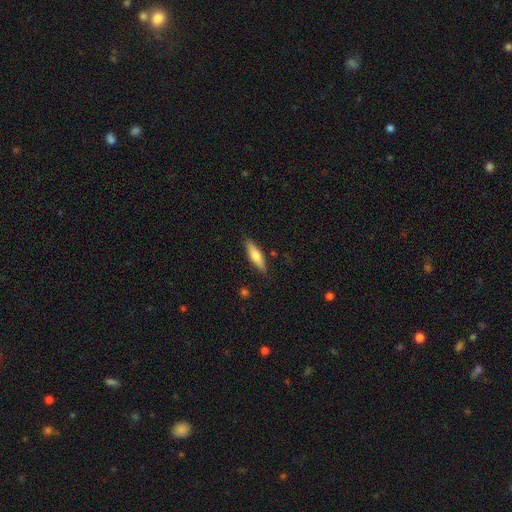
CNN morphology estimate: type=smooth (65%); roundness=cigar-shaped (68%); merging=none (85%).